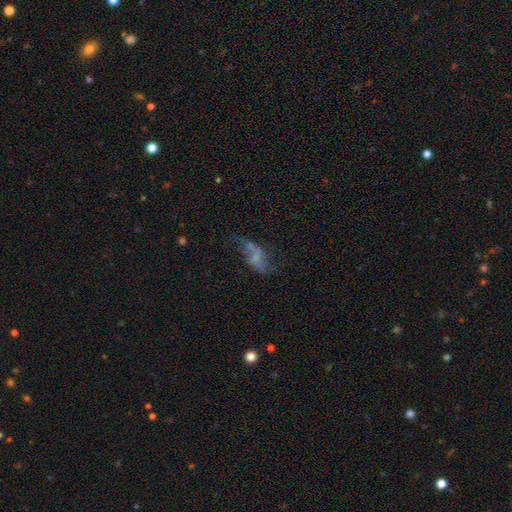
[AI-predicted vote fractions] A featured or disk galaxy (56%) with no bar (63%), spiral arms (56%) and no central bulge (68%).

Vote fractions:
- Smooth or featured? featured or disk: 56% / smooth: 29% / star or artifact: 15%
- Edge-on disk? no: 94% / yes: 6%
- Bar? no: 63% / weak: 26% / strong: 11%
- Spiral arms? yes: 56% / no: 44%
- Bulge size? none: 68% / small: 20% / moderate: 8% / large: 3% / dominant: 1%
- Merging? none: 36% / major disturbance: 32% / minor disturbance: 21% / merger: 11%